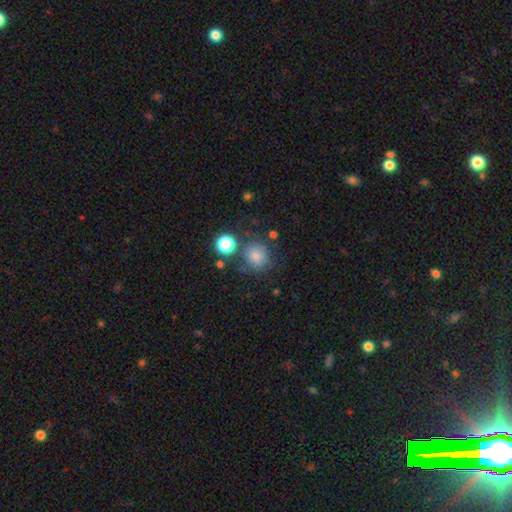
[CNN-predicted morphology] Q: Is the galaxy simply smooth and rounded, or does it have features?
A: smooth — 76%.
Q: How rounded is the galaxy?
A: round — 86%.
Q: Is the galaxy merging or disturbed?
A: none — 69%.